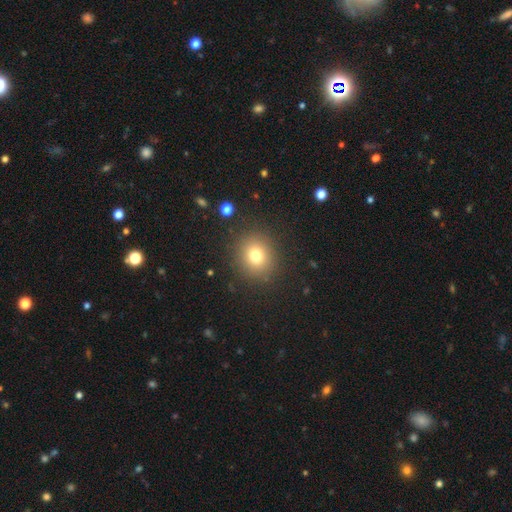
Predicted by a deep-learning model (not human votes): Morphology: type=smooth (76%); roundness=round (82%); merging=none (89%).